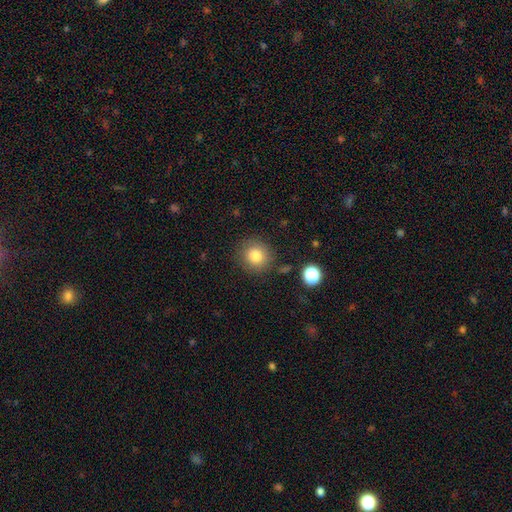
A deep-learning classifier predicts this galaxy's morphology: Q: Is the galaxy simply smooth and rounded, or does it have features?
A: smooth — 81%.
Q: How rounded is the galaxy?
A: round — 92%.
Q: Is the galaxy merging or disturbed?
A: none — 84%.